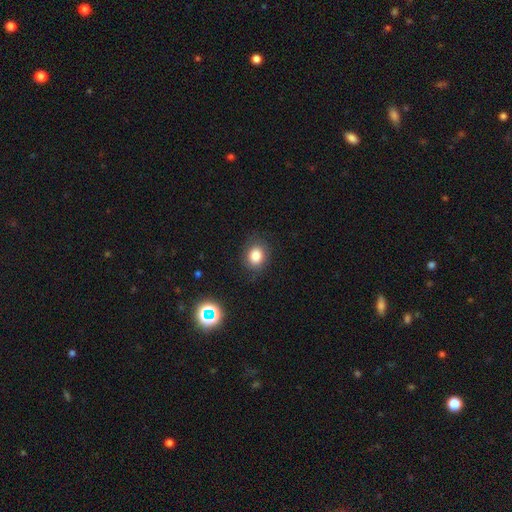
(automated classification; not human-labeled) The model was most divided on "how rounded": round: 53%, in between: 46%, cigar-shaped: 1%. More confident: merging — none (82%); smooth or featured — smooth (81%).